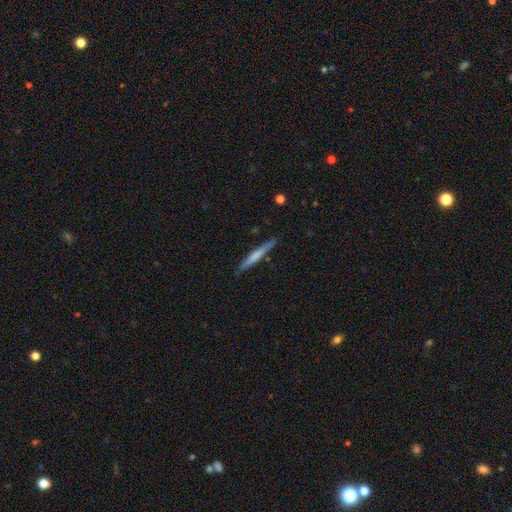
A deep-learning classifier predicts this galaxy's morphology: smooth 51%, featured or disk 44%, star or artifact 5%. Down the decision tree: how rounded — cigar-shaped (96%); merging — none (86%).